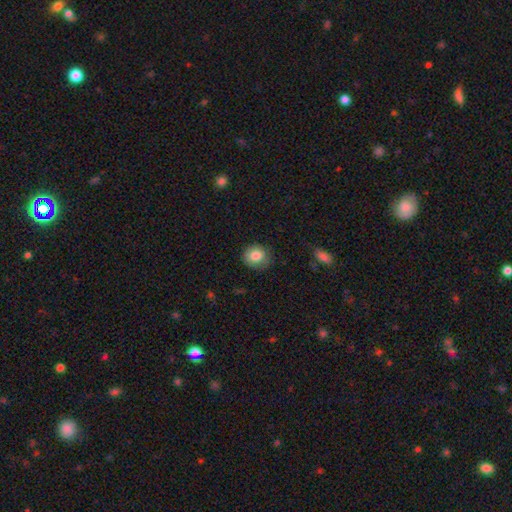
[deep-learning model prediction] Smooth or featured: smooth — 83% (star or artifact — 9%)
How rounded: round — 81% (in between — 18%)
Merging: none — 82% (minor disturbance — 14%)